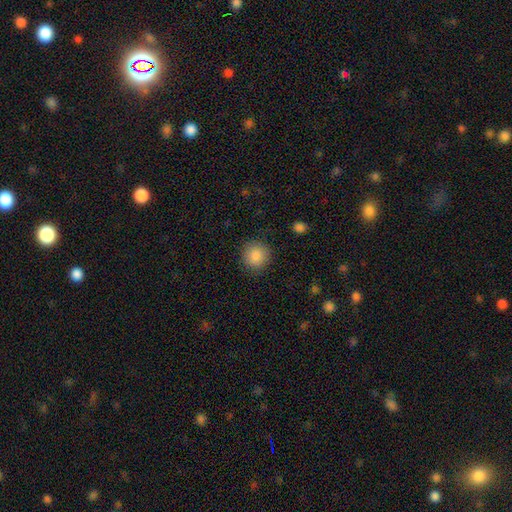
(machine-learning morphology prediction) Smooth or featured: smooth — 87% (star or artifact — 9%)
How rounded: round — 91% (in between — 8%)
Merging: none — 88% (minor disturbance — 8%)